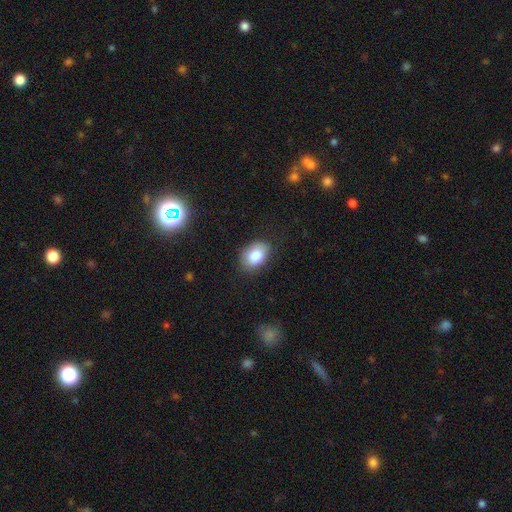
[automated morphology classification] type=smooth (82%); roundness=in between (78%); merging=none (80%).